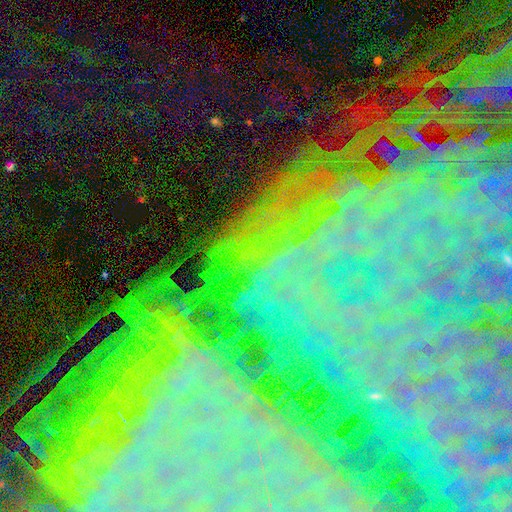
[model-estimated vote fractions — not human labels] This appears to be a star or artifact, not a galaxy (66%).